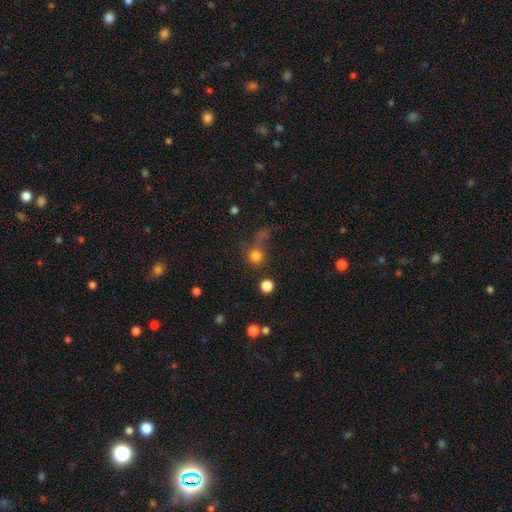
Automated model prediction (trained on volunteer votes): Smooth or featured? smooth (76%)
How rounded? round (90%)
Merging? none (55%)